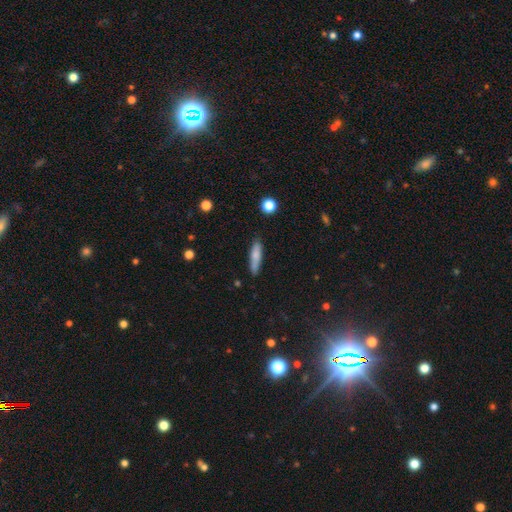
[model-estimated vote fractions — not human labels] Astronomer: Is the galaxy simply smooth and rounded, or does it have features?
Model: smooth — 77%.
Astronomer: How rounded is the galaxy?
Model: cigar-shaped — 76%.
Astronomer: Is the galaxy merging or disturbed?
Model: none — 82%.